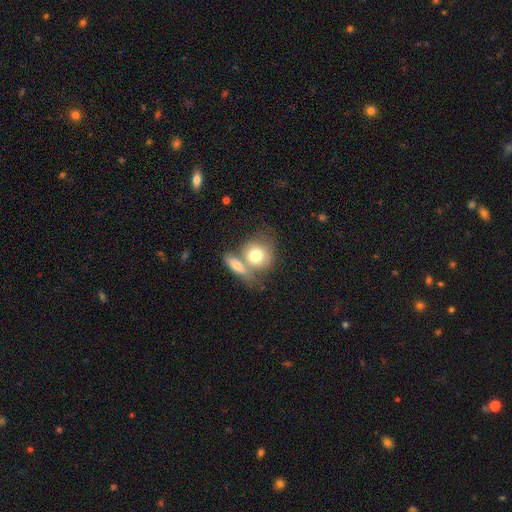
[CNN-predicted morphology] Smooth or featured? Predicted: smooth (p=0.71). How rounded? Predicted: round (p=0.67). Merging? Predicted: merger (p=0.49).